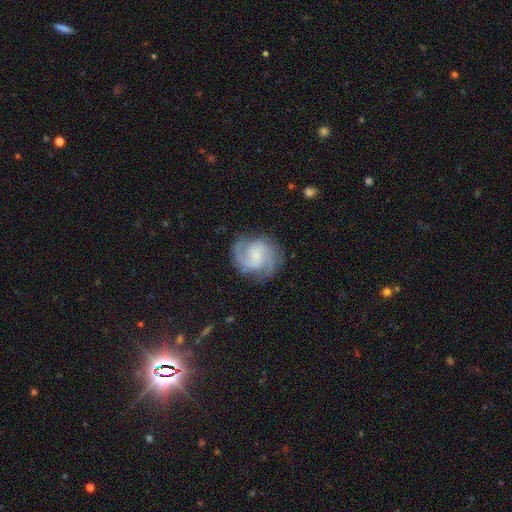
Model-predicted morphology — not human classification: A featured or disk galaxy (85%) with no bar (46%), 2 (74%) medium (52%) spiral arms (97%) and a small central bulge (39%).

Vote fractions:
- Smooth or featured? featured or disk: 85% / smooth: 9% / star or artifact: 5%
- Edge-on disk? no: 98% / yes: 2%
- Bar? no: 46% / weak: 45% / strong: 9%
- Spiral arms? yes: 97% / no: 3%
- Spiral winding? medium: 52% / tight: 34% / loose: 14%
- Spiral arm count? 2: 74% / 3: 12% / can't tell: 6% / 1: 3% / 4: 2% / more than 4: 2%
- Bulge size? small: 39% / none: 28% / moderate: 25% / large: 6% / dominant: 2%
- Merging? none: 79% / minor disturbance: 14% / major disturbance: 6% / merger: 1%